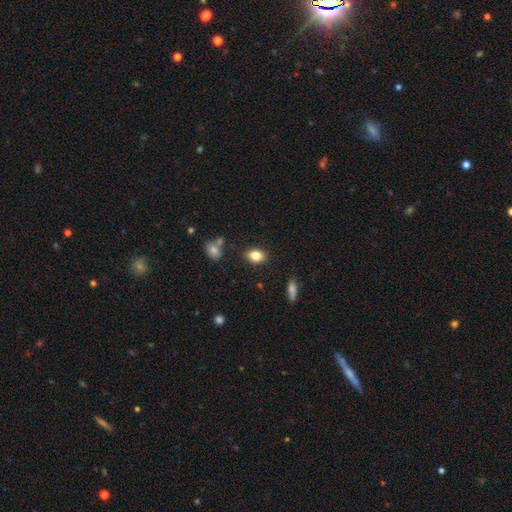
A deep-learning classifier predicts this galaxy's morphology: This appears to be a smooth galaxy with no disk features (82%) that is in between round and cigar-shaped (80%). Merging: none (85%).